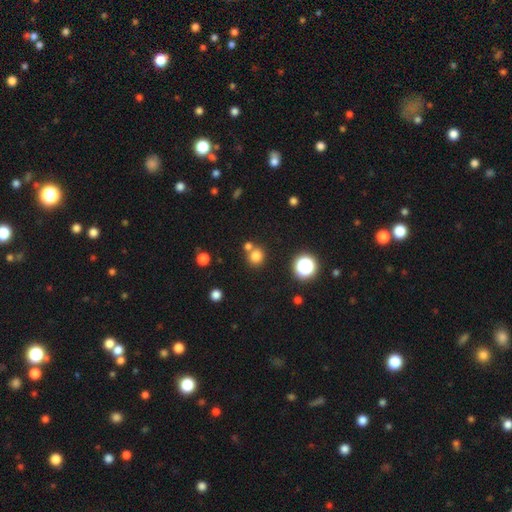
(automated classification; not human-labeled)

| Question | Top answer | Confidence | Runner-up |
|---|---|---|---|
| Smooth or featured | smooth | 77% | star or artifact (17%) |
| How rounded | round | 87% | in between (12%) |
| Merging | none | 66% | merger (24%) |